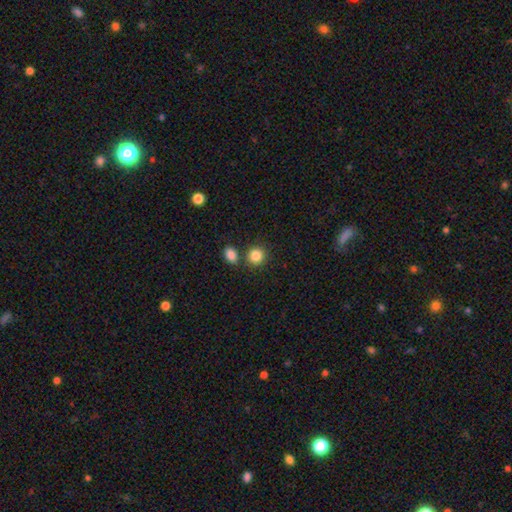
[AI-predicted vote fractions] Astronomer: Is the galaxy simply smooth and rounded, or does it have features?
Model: smooth — 86%.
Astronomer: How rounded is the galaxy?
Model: round — 85%.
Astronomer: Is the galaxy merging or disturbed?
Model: none — 75%.